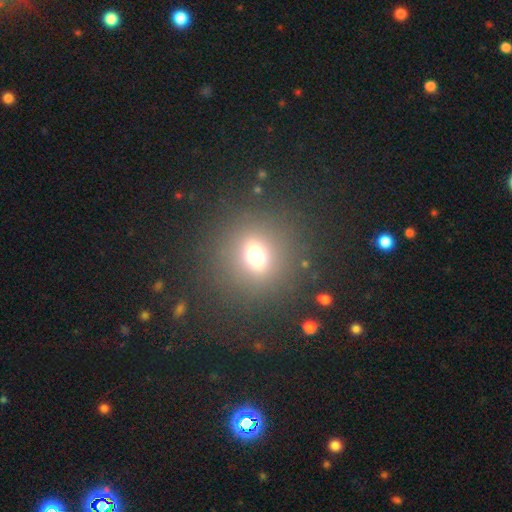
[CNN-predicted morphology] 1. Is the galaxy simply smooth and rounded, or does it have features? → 67% smooth, 23% star or artifact, 10% featured or disk.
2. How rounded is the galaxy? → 80% round, 19% in between, 1% cigar-shaped.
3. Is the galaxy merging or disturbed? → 84% none, 8% minor disturbance, 6% major disturbance, 3% merger.